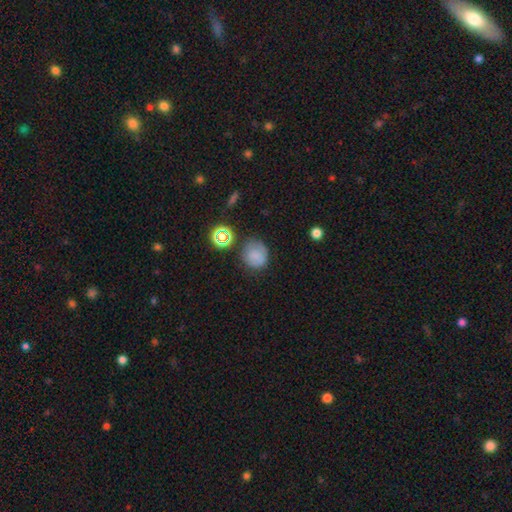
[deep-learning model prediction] Overall: smooth (76%). How rounded: round (82%). Merging: none (72%).